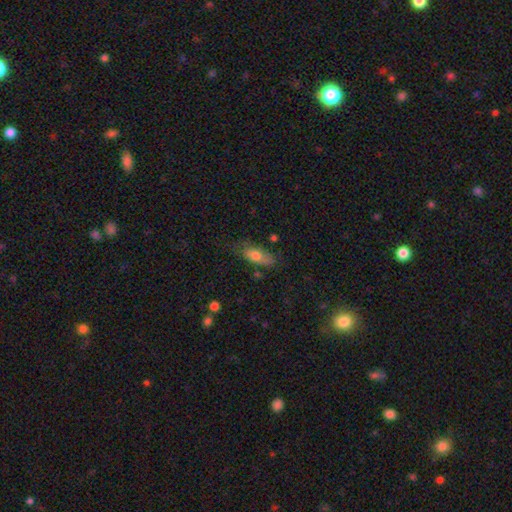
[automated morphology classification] This is likely a smooth galaxy (71%). How rounded: clearly in between (80%). Merging: likely none (61%).